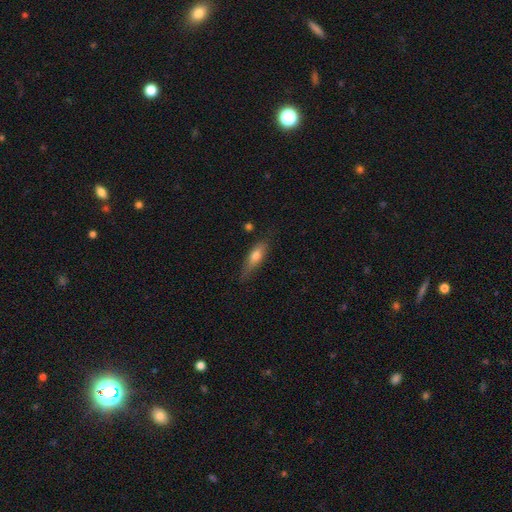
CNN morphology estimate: A smooth galaxy with no disk features (64%) that is cigar-shaped (52%).

Vote fractions:
- Smooth or featured? smooth: 64% / featured or disk: 29% / star or artifact: 7%
- How rounded? cigar-shaped: 52% / in between: 45% / round: 3%
- Merging? none: 70% / minor disturbance: 23% / major disturbance: 5% / merger: 2%